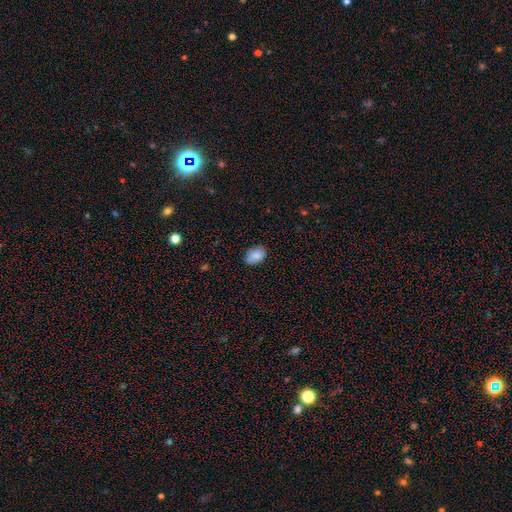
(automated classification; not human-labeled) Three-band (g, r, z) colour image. It shows a smooth galaxy with no disk features (86%) that is in between round and cigar-shaped (88%). Merging: none (82%).